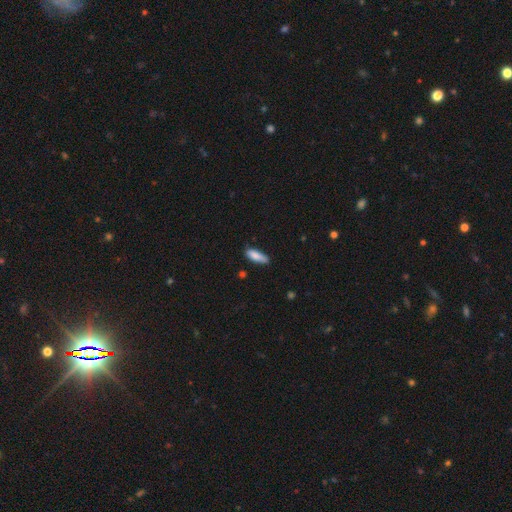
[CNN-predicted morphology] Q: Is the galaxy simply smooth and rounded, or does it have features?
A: smooth — 85%.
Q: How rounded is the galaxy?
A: in between — 55%.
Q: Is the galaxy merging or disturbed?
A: none — 74%.